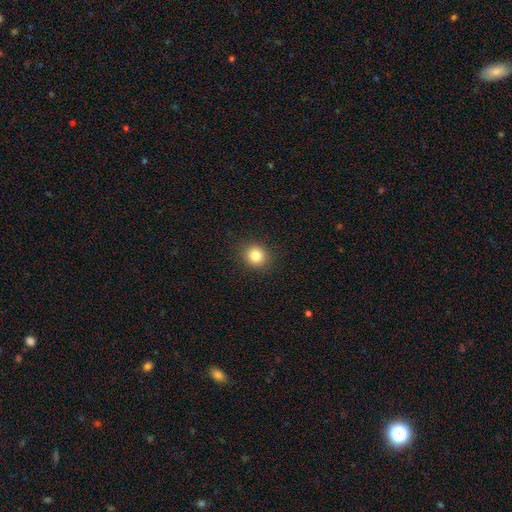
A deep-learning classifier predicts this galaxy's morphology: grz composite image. It shows a smooth galaxy with no disk features (82%) that is round (84%). Merging: none (91%).